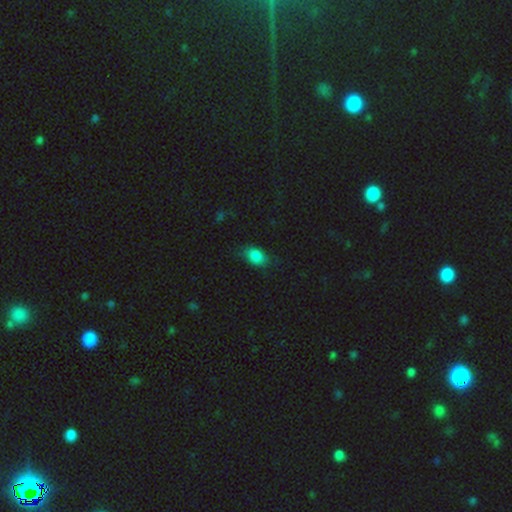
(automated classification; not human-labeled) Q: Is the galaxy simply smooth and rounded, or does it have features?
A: smooth — 84%.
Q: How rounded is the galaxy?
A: in between — 78%.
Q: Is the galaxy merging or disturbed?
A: none — 71%.